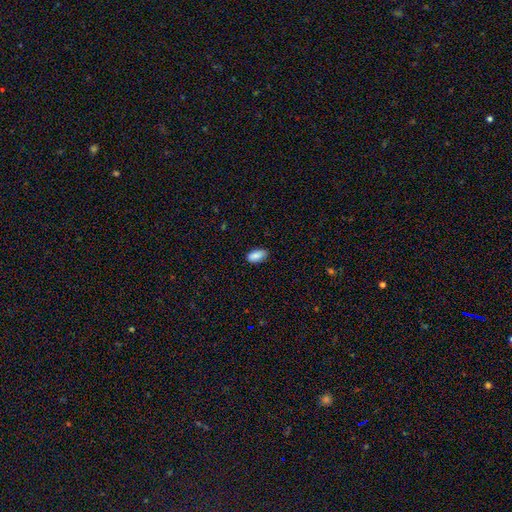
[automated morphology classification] Smooth or featured: smooth — 88% (star or artifact — 7%)
How rounded: in between — 94% (cigar-shaped — 3%)
Merging: none — 82% (minor disturbance — 15%)